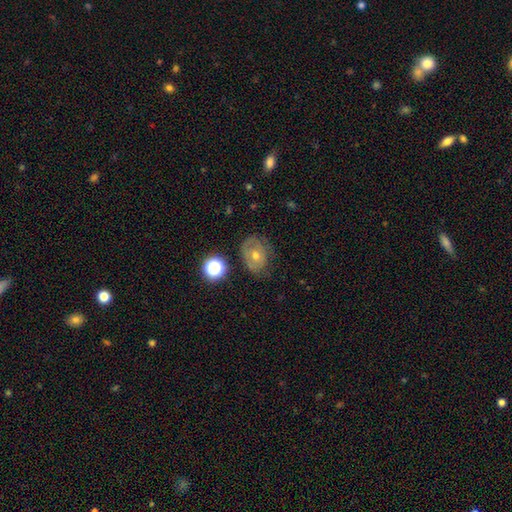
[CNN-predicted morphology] smooth-or-featured: featured or disk: 47% | smooth: 40% | star or artifact: 13%
  merging: none: 68% | minor disturbance: 21% | major disturbance: 8% | merger: 2%